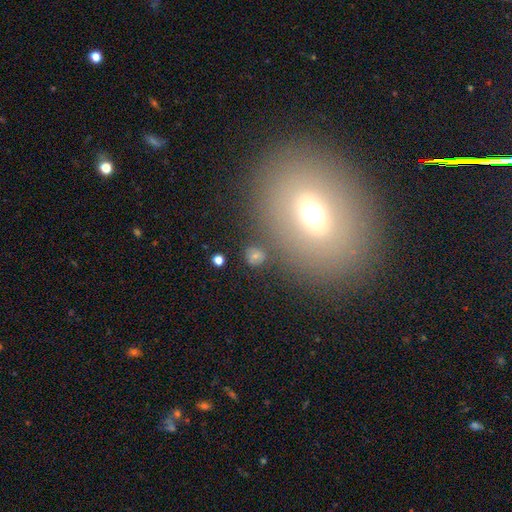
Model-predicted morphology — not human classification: A smooth galaxy with no disk features (58%) that is round (60%). Merging: none (76%).